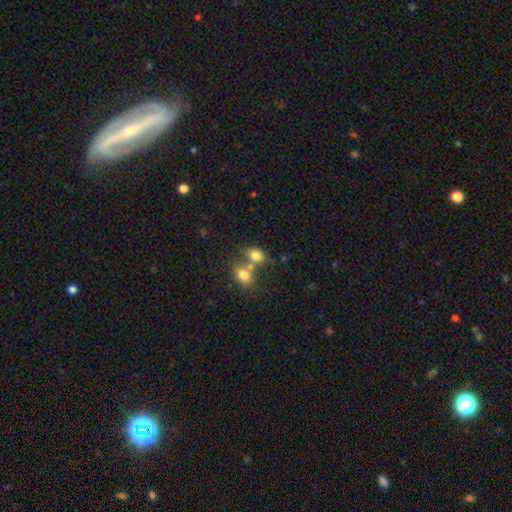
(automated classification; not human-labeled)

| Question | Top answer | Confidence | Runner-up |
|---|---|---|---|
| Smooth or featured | smooth | 78% | featured or disk (12%) |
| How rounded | in between | 62% | round (36%) |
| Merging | merger | 52% | none (34%) |